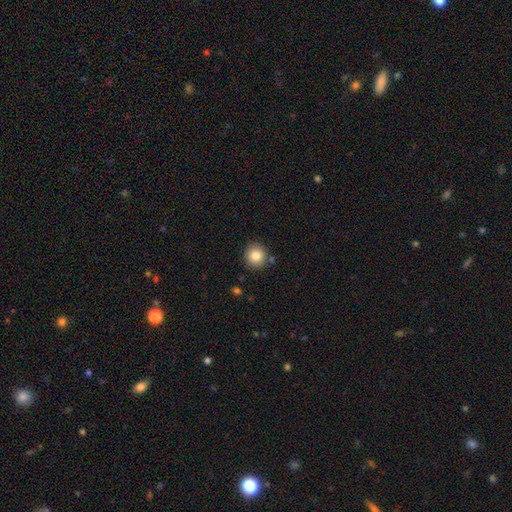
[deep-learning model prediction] A smooth galaxy with no disk features (84%) that is round (92%). Merging: none (86%).